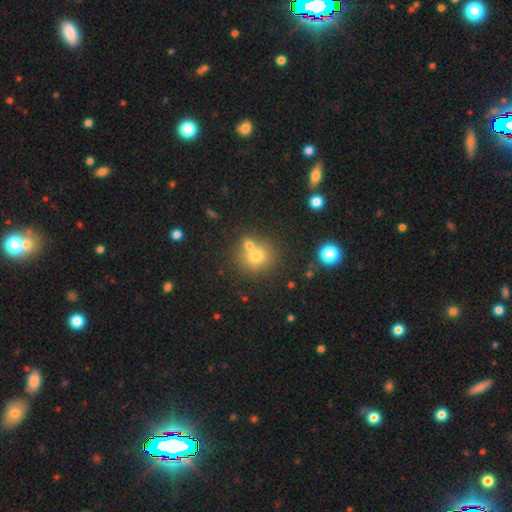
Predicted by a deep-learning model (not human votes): This appears to be a smooth galaxy with no disk features (71%) that is round (85%). Merging: none (54%).